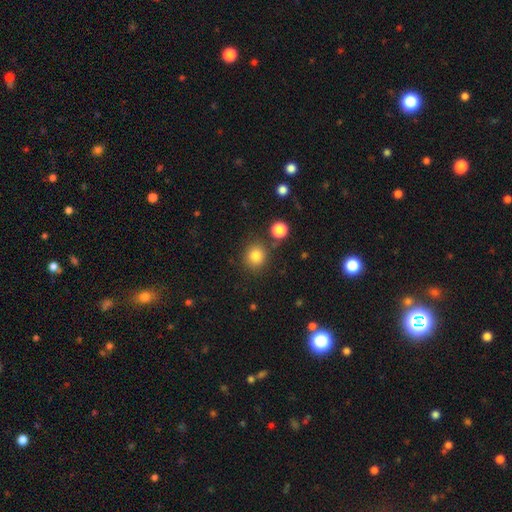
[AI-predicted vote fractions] Q: Smooth or featured?
A: smooth (83%); runner-up: star or artifact (11%)
Q: How rounded?
A: round (86%); runner-up: in between (14%)
Q: Merging?
A: none (82%); runner-up: minor disturbance (9%)